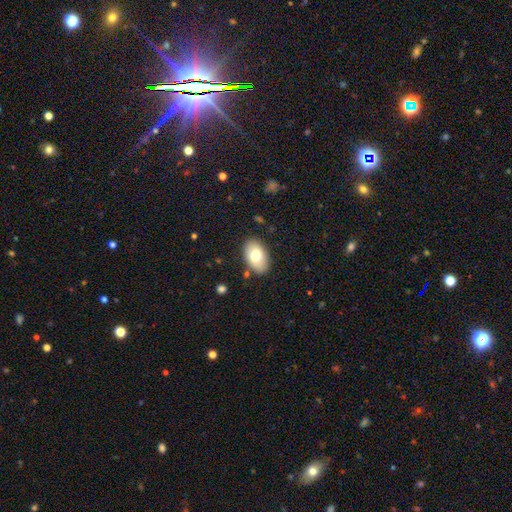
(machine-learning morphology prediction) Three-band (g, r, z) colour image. It shows a smooth galaxy with no disk features (75%) that is in between round and cigar-shaped (92%). Merging: none (85%).